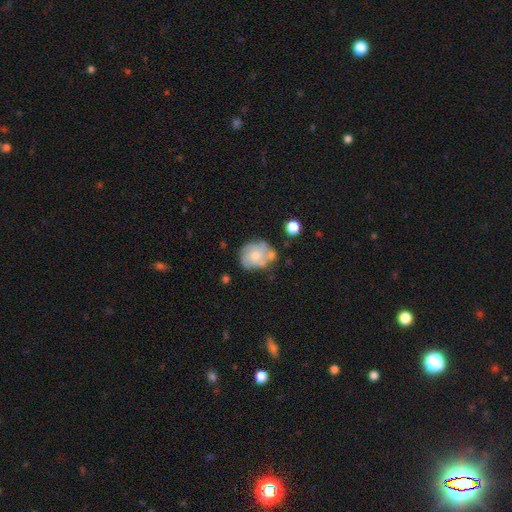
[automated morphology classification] smooth-or-featured: featured or disk: 56% | smooth: 36% | star or artifact: 8%
  disk-edge-on: no: 97% | yes: 3%
    bar: no: 80% | weak: 18% | strong: 2%
    has-spiral-arms: yes: 72% | no: 28%
    bulge-size: moderate: 49% | small: 37% | none: 8% | large: 5% | dominant: 1%
  merging: none: 51% | minor disturbance: 24% | merger: 14% | major disturbance: 11%